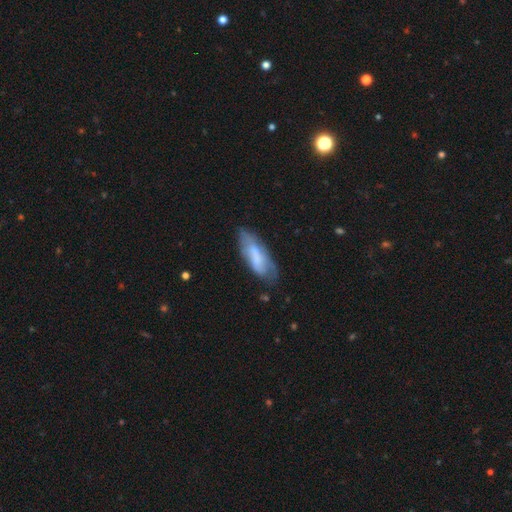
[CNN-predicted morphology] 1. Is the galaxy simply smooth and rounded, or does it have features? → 52% smooth, 41% featured or disk, 8% star or artifact.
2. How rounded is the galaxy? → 62% in between, 36% cigar-shaped, 2% round.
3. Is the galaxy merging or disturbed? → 61% none, 27% minor disturbance, 9% major disturbance, 3% merger.